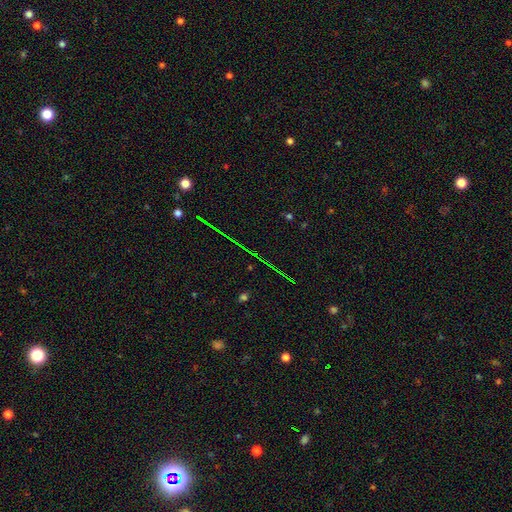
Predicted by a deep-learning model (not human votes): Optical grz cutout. It shows a star or artifact, not a galaxy (74%).